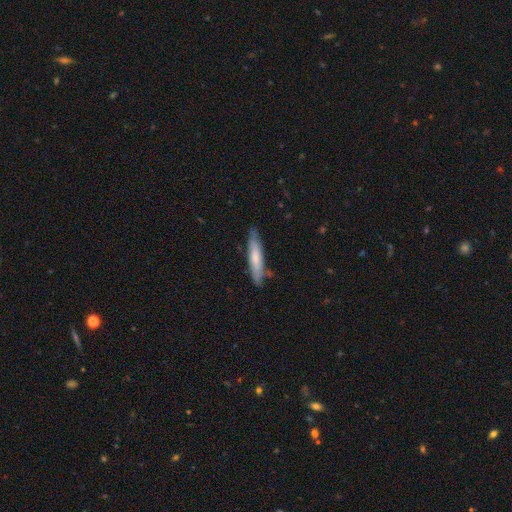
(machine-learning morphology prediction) Overall: smooth (58%; featured or disk 36%). How rounded: cigar-shaped (88%). Merging: none (81%).